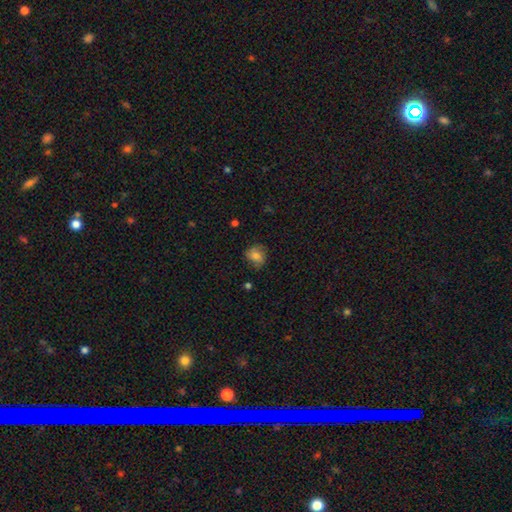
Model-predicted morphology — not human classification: Smooth or featured? smooth (68%)
How rounded? round (67%)
Merging? none (67%)